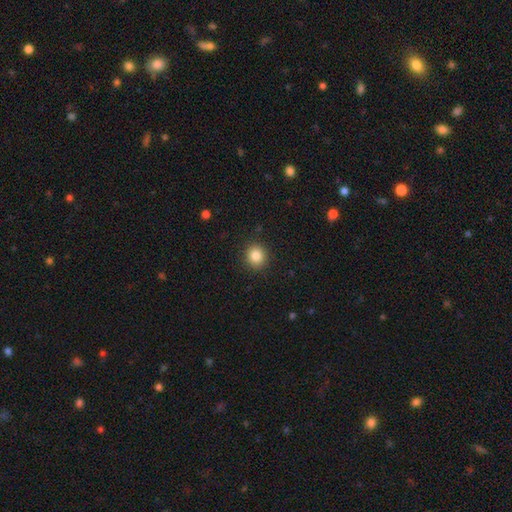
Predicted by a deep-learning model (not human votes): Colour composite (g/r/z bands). It shows a smooth galaxy with no disk features (84%) that is round (88%). Merging: none (91%).